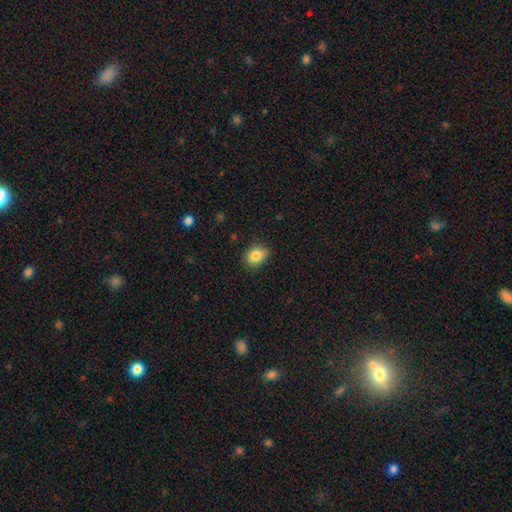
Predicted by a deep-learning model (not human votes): Morphology: type=smooth (84%); roundness=in between (55%); merging=none (79%).